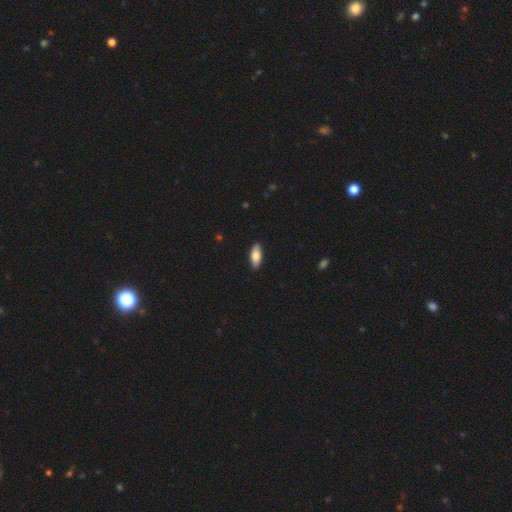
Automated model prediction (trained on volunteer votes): Q: Smooth or featured?
A: smooth (81%); runner-up: featured or disk (14%)
Q: How rounded?
A: in between (85%); runner-up: cigar-shaped (13%)
Q: Merging?
A: none (89%); runner-up: minor disturbance (8%)